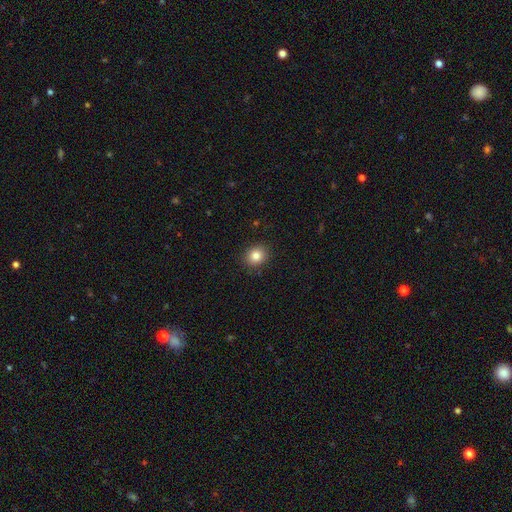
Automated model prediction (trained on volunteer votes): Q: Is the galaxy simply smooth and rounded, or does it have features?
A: smooth — 83%.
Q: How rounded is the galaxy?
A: round — 75%.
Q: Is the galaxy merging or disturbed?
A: none — 90%.